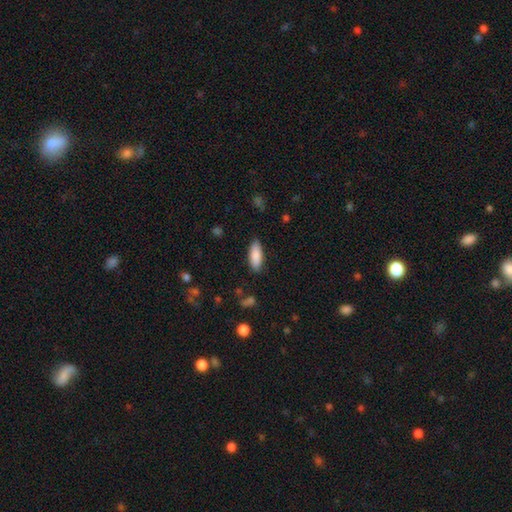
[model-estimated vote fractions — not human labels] Smooth or featured? Predicted: smooth (p=0.87). How rounded? Predicted: in between (p=0.75). Merging? Predicted: none (p=0.86).